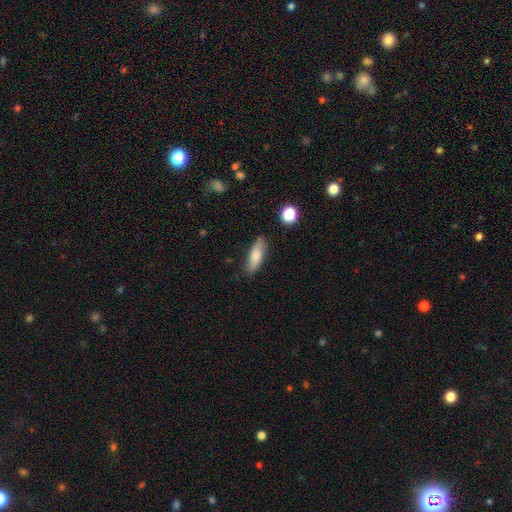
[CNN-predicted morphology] Smooth or featured? smooth (77%)
How rounded? in between (61%)
Merging? none (79%)